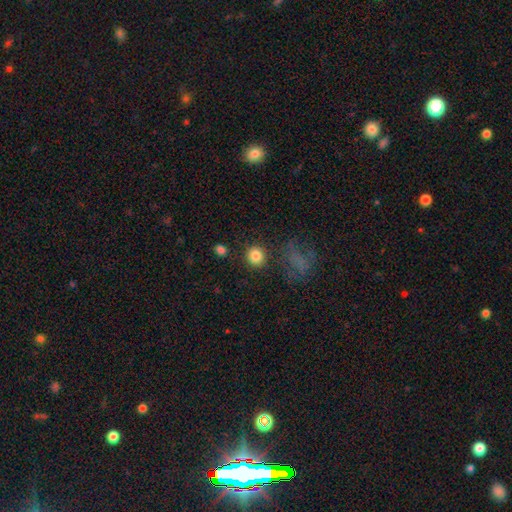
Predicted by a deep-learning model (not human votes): smooth 85%, star or artifact 10%, featured or disk 5%. Down the decision tree: how rounded — round (90%); merging — none (85%).